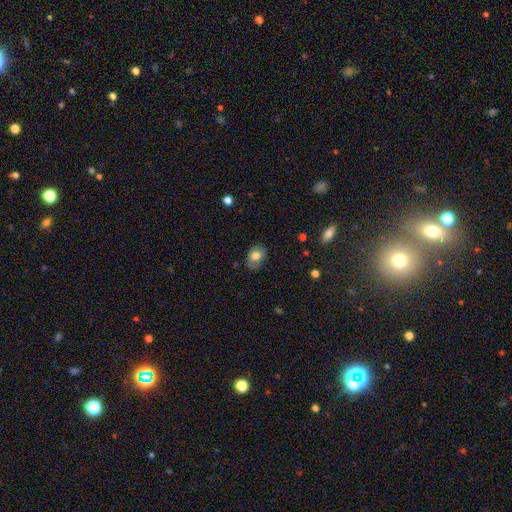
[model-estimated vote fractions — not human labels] A smooth galaxy with no disk features (72%) that is in between round and cigar-shaped (66%). Merging: none (78%).